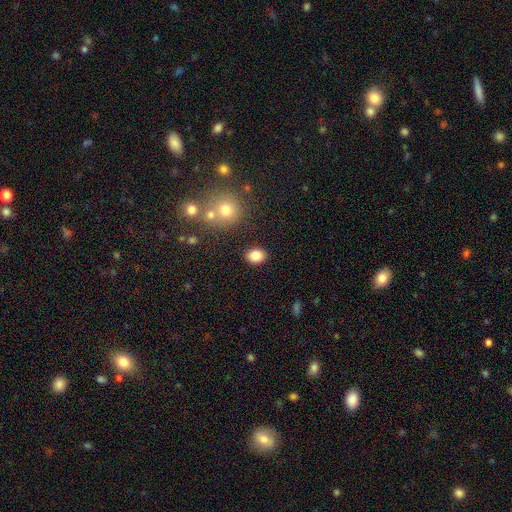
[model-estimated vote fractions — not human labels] Smooth or featured? smooth (84%)
How rounded? in between (59%)
Merging? none (87%)